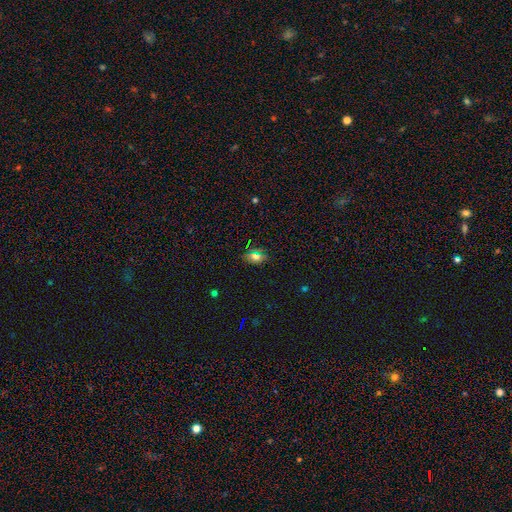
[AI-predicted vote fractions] Smooth or featured: smooth — 63% (star or artifact — 26%)
How rounded: in between — 73% (round — 23%)
Merging: none — 83% (minor disturbance — 11%)